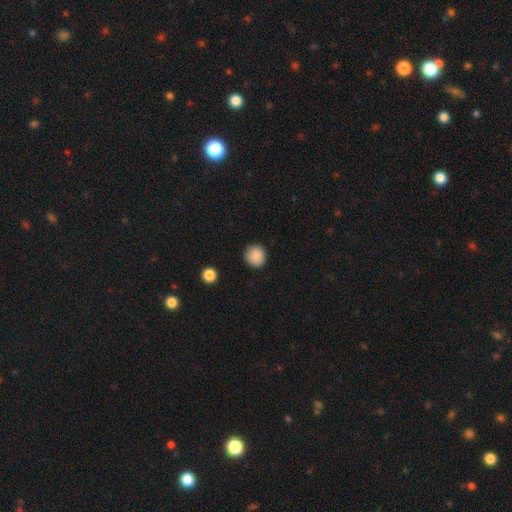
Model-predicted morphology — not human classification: smooth_or_featured: smooth (p=0.89) [alt: star or artifact p=0.08]
how_rounded: round (p=0.91) [alt: in between p=0.08]
merging: none (p=0.90) [alt: minor disturbance p=0.07]